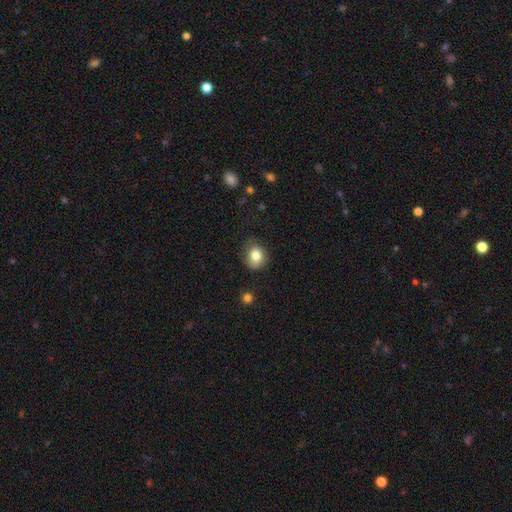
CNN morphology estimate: The model was most divided on "how rounded": round: 60%, in between: 39%, cigar-shaped: 1%. More confident: smooth or featured — smooth (80%); merging — none (65%).